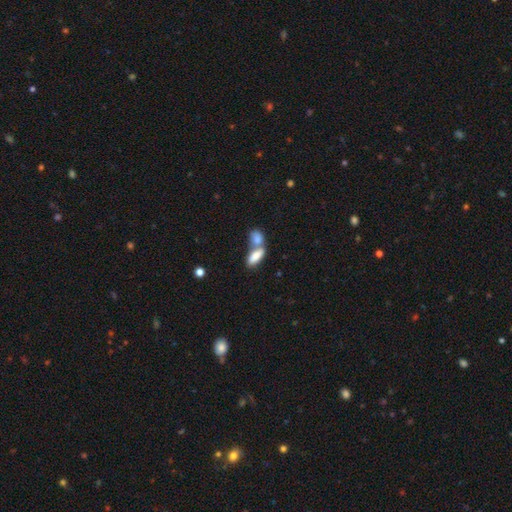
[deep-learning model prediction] Smooth or featured?
  - smooth: 82% *
  - featured or disk: 11%
  - star or artifact: 7%
How rounded?
  - in between: 83% *
  - cigar-shaped: 13%
  - round: 4%
Merging?
  - merger: 62% *
  - none: 26%
  - minor disturbance: 8%
  - major disturbance: 4%